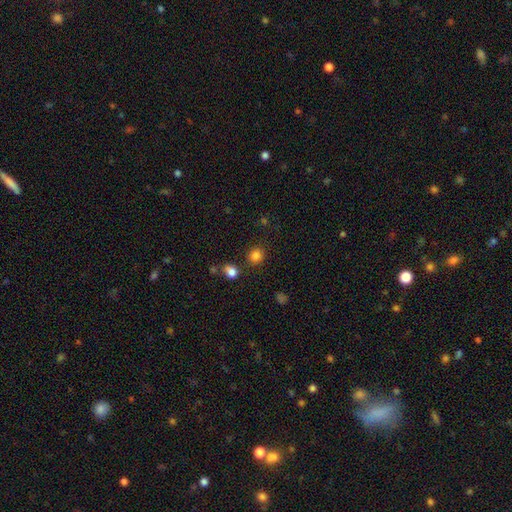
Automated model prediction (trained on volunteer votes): smooth-or-featured: smooth: 83% | star or artifact: 13% | featured or disk: 4%
  how-rounded: round: 81% | in between: 18% | cigar-shaped: 1%
  merging: none: 81% | minor disturbance: 9% | merger: 7% | major disturbance: 3%